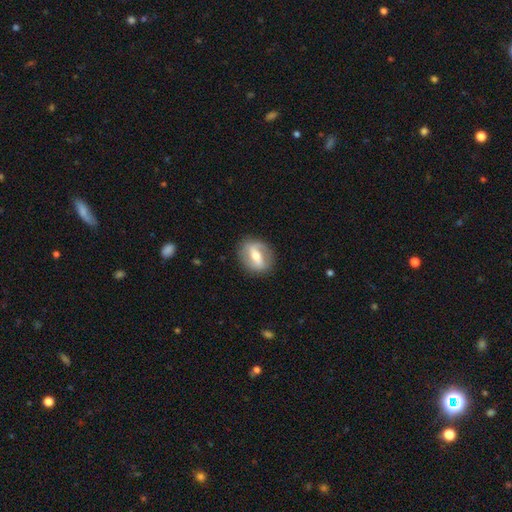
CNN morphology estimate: The model was most divided on "spiral arms" (2-way tie): no: 50%, yes: 50%. More confident: edge-on disk — no (87%); merging — none (83%); smooth or featured — featured or disk (66%); bulge size — moderate (65%); bar — strong (61%).